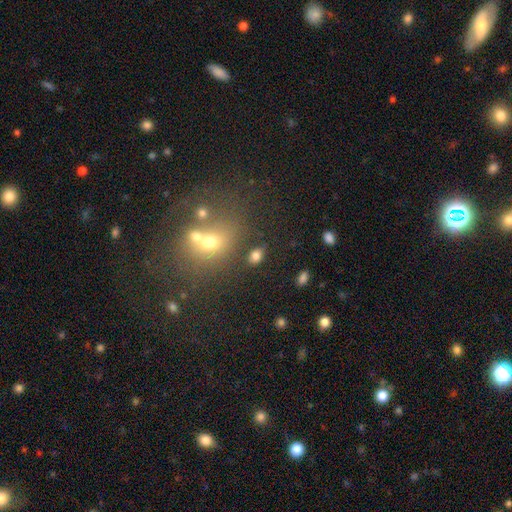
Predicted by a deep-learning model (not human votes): A smooth galaxy with no disk features (78%) that is in between round and cigar-shaped (79%).

Vote fractions:
- Smooth or featured? smooth: 78% / star or artifact: 13% / featured or disk: 9%
- How rounded? in between: 79% / round: 19% / cigar-shaped: 2%
- Merging? none: 76% / minor disturbance: 12% / merger: 8% / major disturbance: 4%